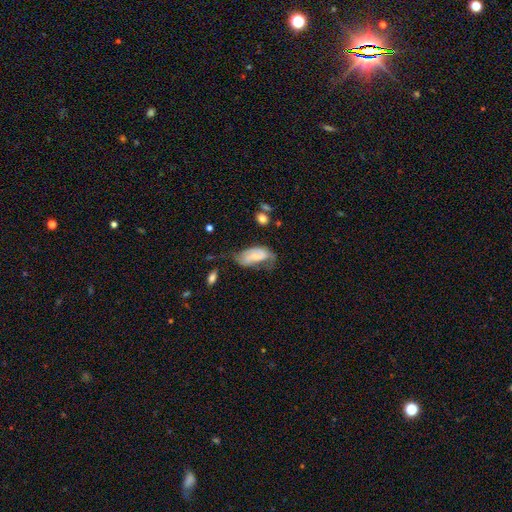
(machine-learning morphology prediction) A smooth galaxy with no disk features (47%). Merging: minor disturbance (34%).